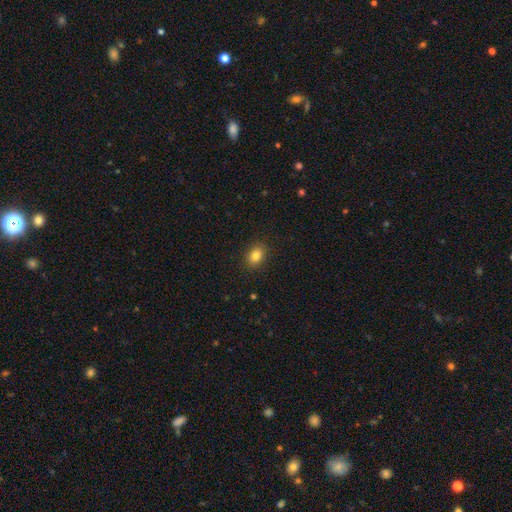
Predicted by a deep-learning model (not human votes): Smooth or featured? Predicted: smooth (p=0.83). How rounded? Predicted: in between (p=0.66). Merging? Predicted: none (p=0.88).